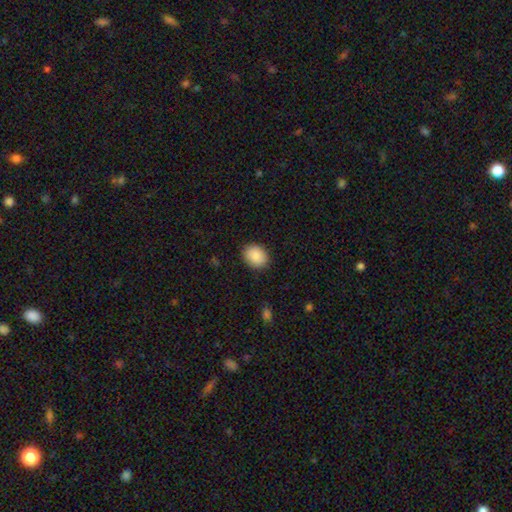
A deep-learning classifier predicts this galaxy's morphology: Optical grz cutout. It shows a smooth galaxy with no disk features (89%) that is in between round and cigar-shaped (51%). Merging: none (89%).